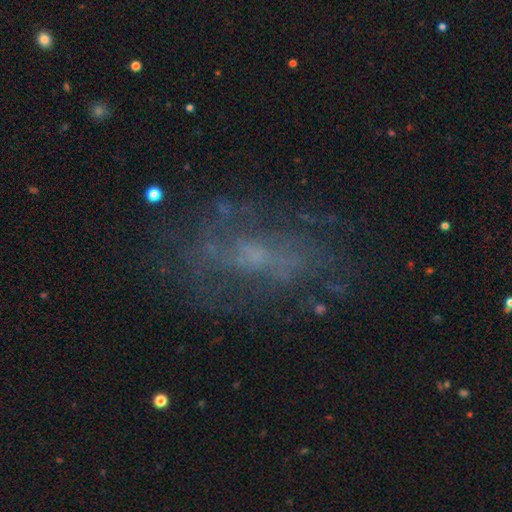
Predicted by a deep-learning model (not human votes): smooth-or-featured: featured or disk: 64% | star or artifact: 19% | smooth: 17%
  disk-edge-on: no: 92% | yes: 8%
    bar: no: 54% | weak: 36% | strong: 10%
    has-spiral-arms: yes: 64% | no: 36%
    bulge-size: small: 57% | moderate: 24% | none: 15% | large: 3% | dominant: 1%
  merging: none: 68% | minor disturbance: 17% | major disturbance: 13% | merger: 2%